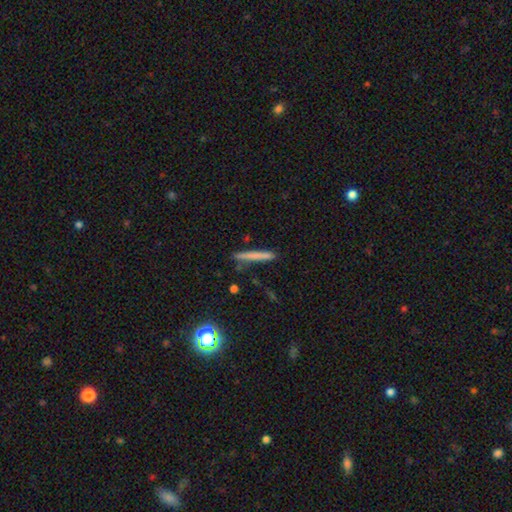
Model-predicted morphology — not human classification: This appears to be a smooth galaxy with no disk features (67%) that is cigar-shaped (96%). Merging: none (86%).